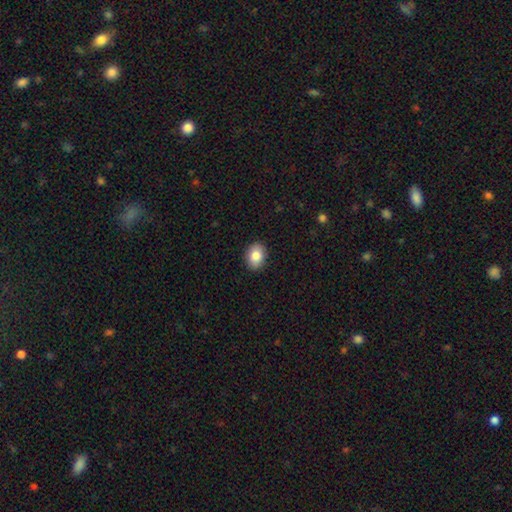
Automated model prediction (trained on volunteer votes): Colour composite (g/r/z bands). It shows a smooth galaxy with no disk features (85%) that is in between round and cigar-shaped (70%). Merging: none (89%).